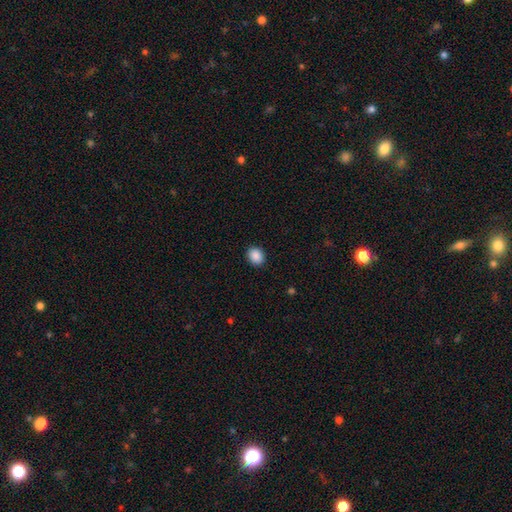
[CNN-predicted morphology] A smooth galaxy with no disk features (89%) that is round (64%).

Vote fractions:
- Smooth or featured? smooth: 89% / star or artifact: 8% / featured or disk: 3%
- How rounded? round: 64% / in between: 35% / cigar-shaped: 1%
- Merging? none: 90% / minor disturbance: 7% / major disturbance: 2% / merger: 1%